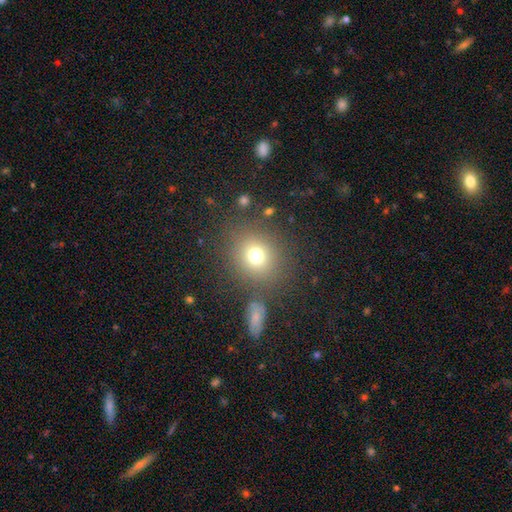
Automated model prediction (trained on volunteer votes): A smooth galaxy with no disk features (74%) that is round (81%).

Vote fractions:
- Smooth or featured? smooth: 74% / star or artifact: 15% / featured or disk: 10%
- How rounded? round: 81% / in between: 18% / cigar-shaped: 1%
- Merging? none: 79% / minor disturbance: 10% / merger: 7% / major disturbance: 5%